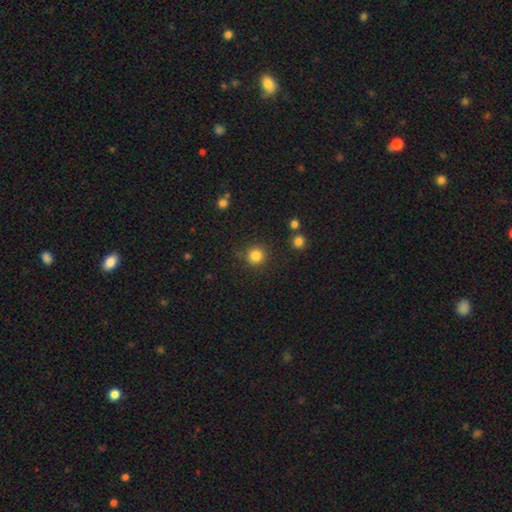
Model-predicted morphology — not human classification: This is clearly a smooth galaxy (84%). How rounded: clearly round (94%). Merging: clearly none (86%).